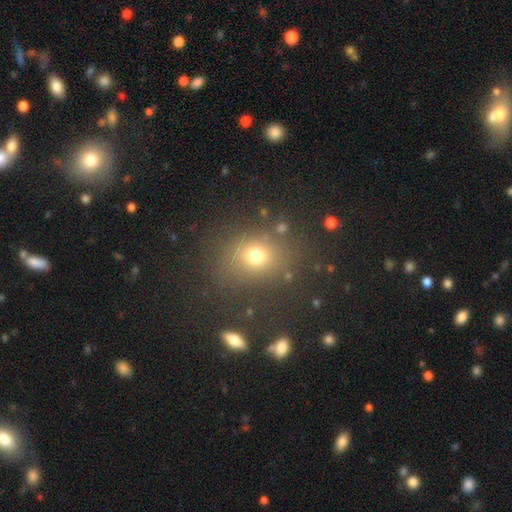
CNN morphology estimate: A smooth galaxy with no disk features (71%) that is round (57%).

Vote fractions:
- Smooth or featured? smooth: 71% / star or artifact: 19% / featured or disk: 10%
- How rounded? round: 57% / in between: 42% / cigar-shaped: 1%
- Merging? none: 78% / minor disturbance: 12% / major disturbance: 6% / merger: 4%